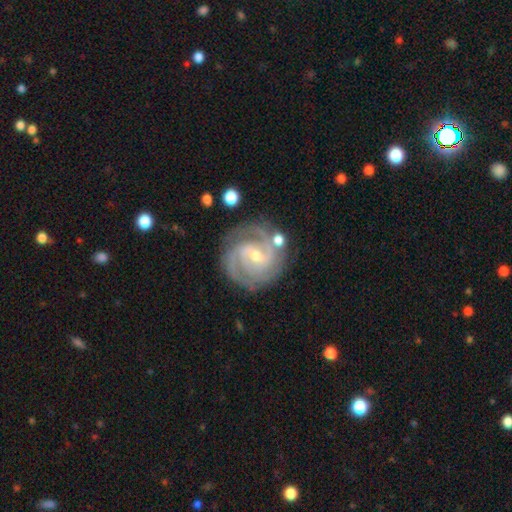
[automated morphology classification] featured or disk 90%, smooth 5%, star or artifact 5%. Down the decision tree: edge-on disk — no (98%); bar — weak (49%); spiral arms — yes (98%); spiral arm count — 2 (47%); spiral winding — tight (64%); bulge size — small (60%); merging — none (77%).